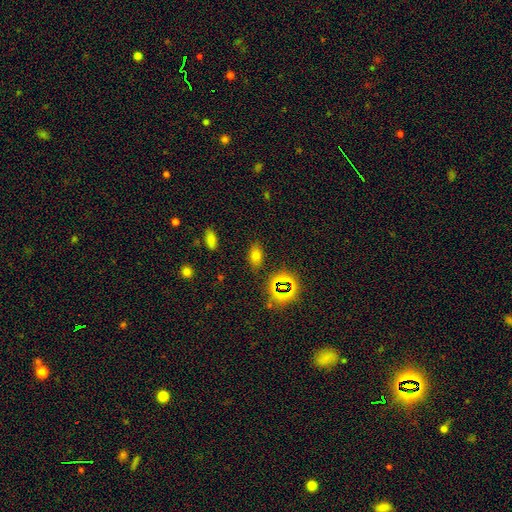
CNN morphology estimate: This is likely a smooth galaxy (67%). How rounded: clearly in between (85%). Merging: clearly none (84%).